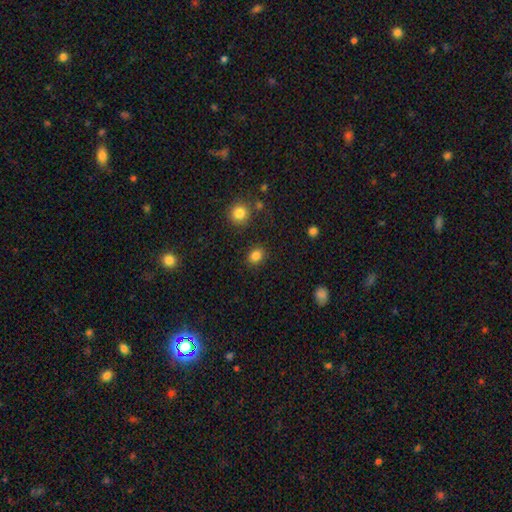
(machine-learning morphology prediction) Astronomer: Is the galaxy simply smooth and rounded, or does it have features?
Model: smooth — 84%.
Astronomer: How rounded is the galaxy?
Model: round — 56% (runner-up: in between, 43%).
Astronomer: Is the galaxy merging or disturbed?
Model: none — 87%.